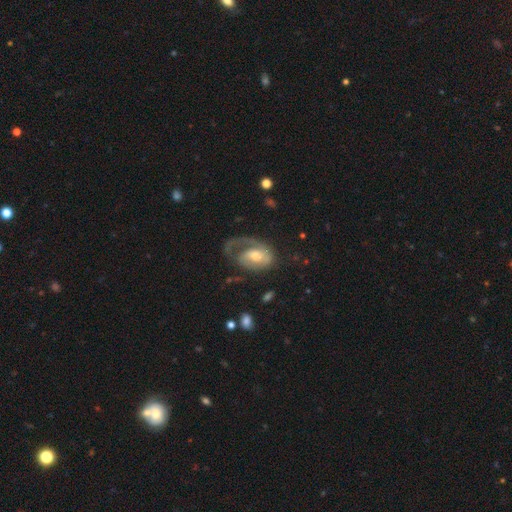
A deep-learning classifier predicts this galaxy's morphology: smooth_or_featured: featured or disk (p=0.69) [alt: smooth p=0.25]
disk_edge_on: no (p=0.96) [alt: yes p=0.04]
bar: no (p=0.56) [alt: weak p=0.34]
has_spiral_arms: yes (p=0.81) [alt: no p=0.19]
spiral_winding: medium (p=0.36) [alt: tight p=0.35]
spiral_arm_count: 1 (p=0.68) [alt: 2 p=0.16]
bulge_size: moderate (p=0.60) [alt: small p=0.31]
merging: major disturbance (p=0.43) [alt: none p=0.35]